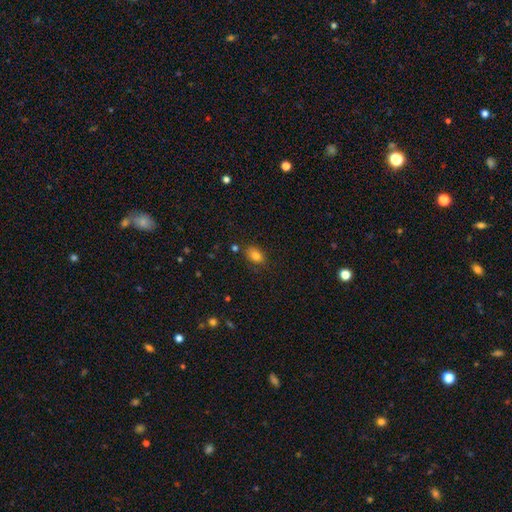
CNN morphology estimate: smooth_or_featured: smooth (p=0.81) [alt: star or artifact p=0.11]
how_rounded: in between (p=0.77) [alt: round p=0.21]
merging: none (p=0.79) [alt: minor disturbance p=0.14]